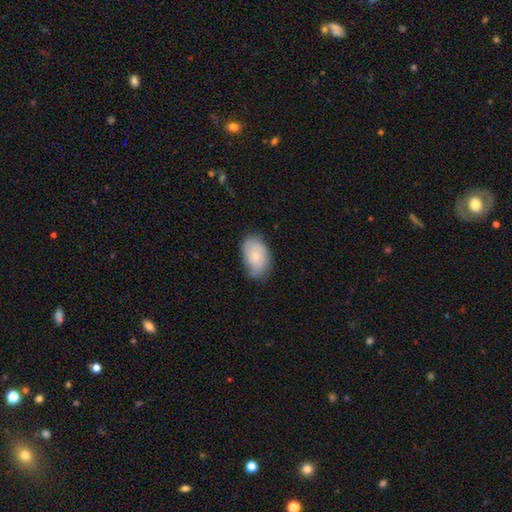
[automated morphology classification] This is likely a smooth galaxy (69%). How rounded: clearly in between (90%). Merging: likely none (62%).